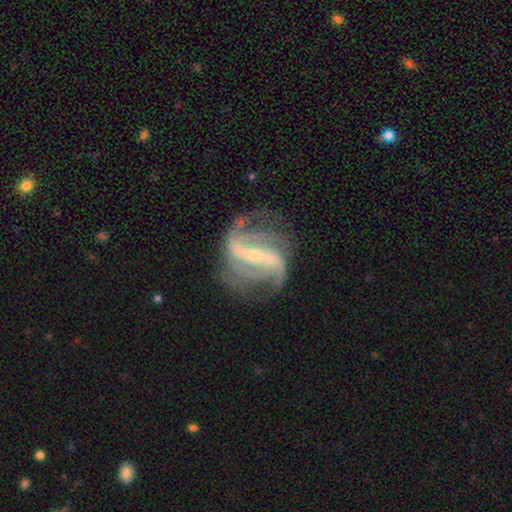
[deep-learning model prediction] This appears to be a featured or disk galaxy (90%) with a strong bar (74%), 2 (64%) medium (42%) spiral arms (96%) and a small central bulge (64%). Merging: none (67%).